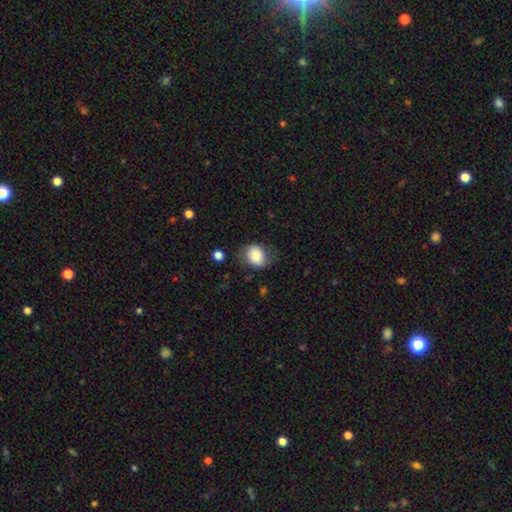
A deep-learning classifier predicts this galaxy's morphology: smooth-or-featured: smooth: 74% | featured or disk: 18% | star or artifact: 8%
  how-rounded: round: 51% | in between: 48% | cigar-shaped: 1%
  merging: none: 65% | minor disturbance: 23% | major disturbance: 10% | merger: 2%